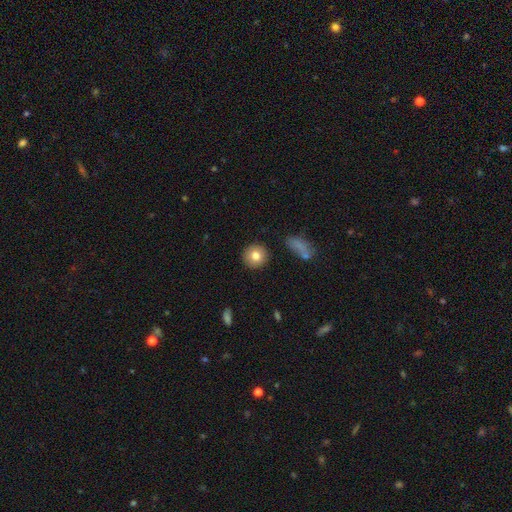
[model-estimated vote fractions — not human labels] smooth-or-featured: smooth: 80% | featured or disk: 11% | star or artifact: 9%
  how-rounded: round: 92% | in between: 7% | cigar-shaped: 1%
  merging: none: 89% | minor disturbance: 6% | merger: 2% | major disturbance: 2%